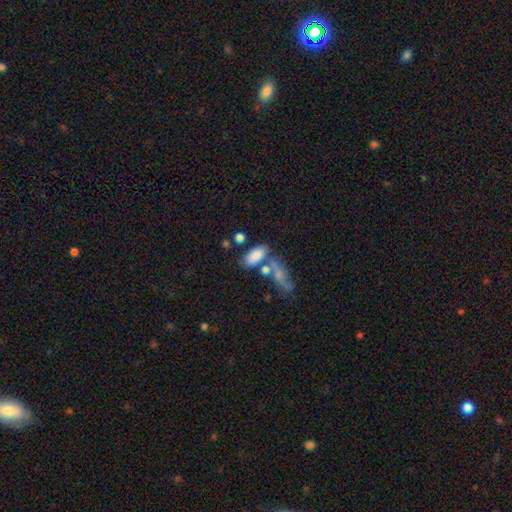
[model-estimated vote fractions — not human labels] smooth-or-featured: smooth: 81% | featured or disk: 11% | star or artifact: 8%
  how-rounded: in between: 88% | cigar-shaped: 7% | round: 4%
  merging: none: 46% | merger: 32% | minor disturbance: 15% | major disturbance: 8%